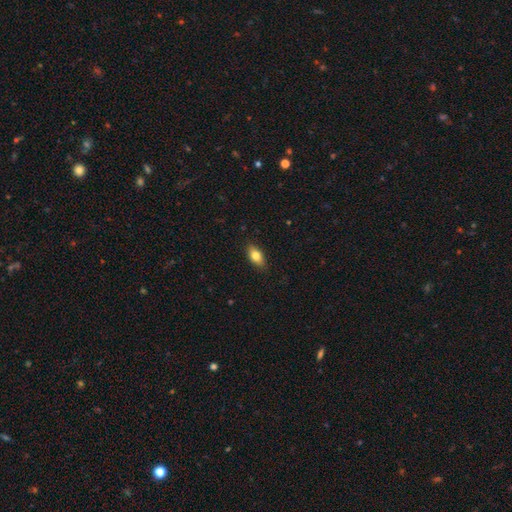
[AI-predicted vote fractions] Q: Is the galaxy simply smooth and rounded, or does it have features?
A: smooth — 79%.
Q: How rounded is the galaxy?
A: in between — 88%.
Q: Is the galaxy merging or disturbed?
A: none — 87%.